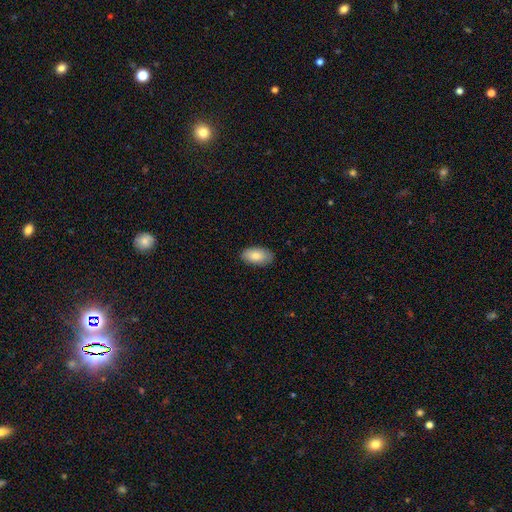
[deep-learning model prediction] This appears to be a smooth galaxy with no disk features (83%) that is in between round and cigar-shaped (95%). Merging: none (86%).